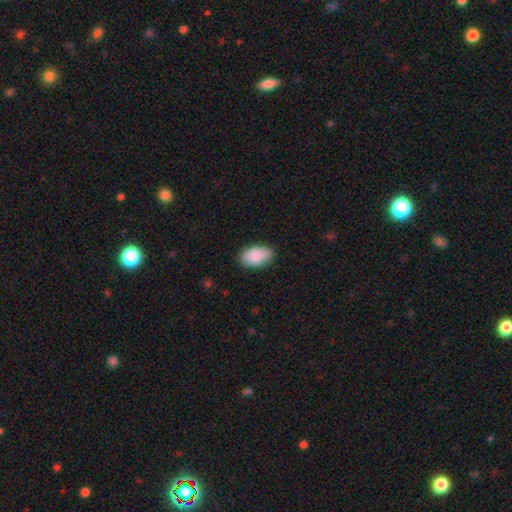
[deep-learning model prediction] This appears to be a smooth galaxy with no disk features (87%) that is in between round and cigar-shaped (93%). Merging: none (81%).